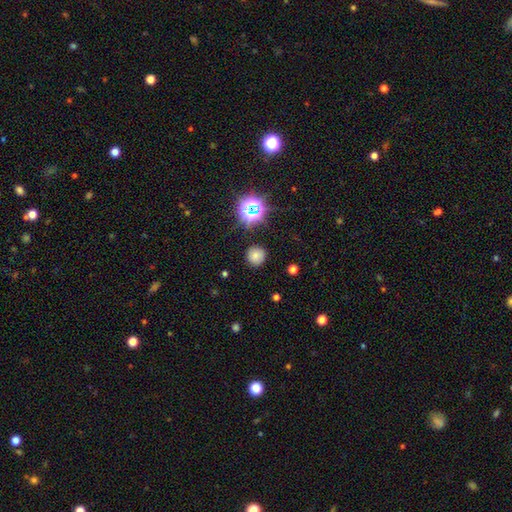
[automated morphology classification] This is likely a smooth galaxy (70%). How rounded: clearly round (93%). Merging: clearly none (87%).